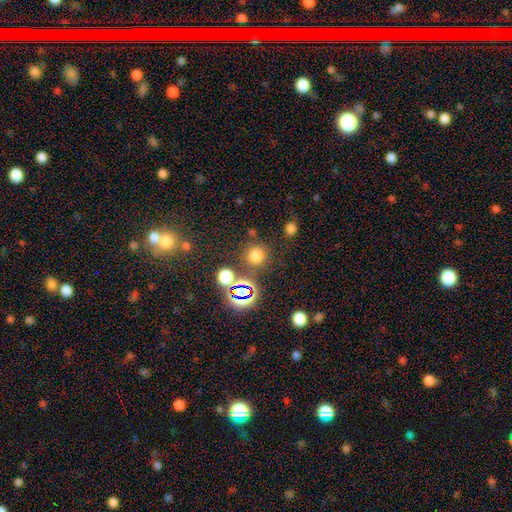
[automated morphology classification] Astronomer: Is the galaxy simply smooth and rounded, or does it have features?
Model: smooth — 69%.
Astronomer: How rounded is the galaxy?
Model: round — 89%.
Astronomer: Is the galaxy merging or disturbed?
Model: none — 77%.